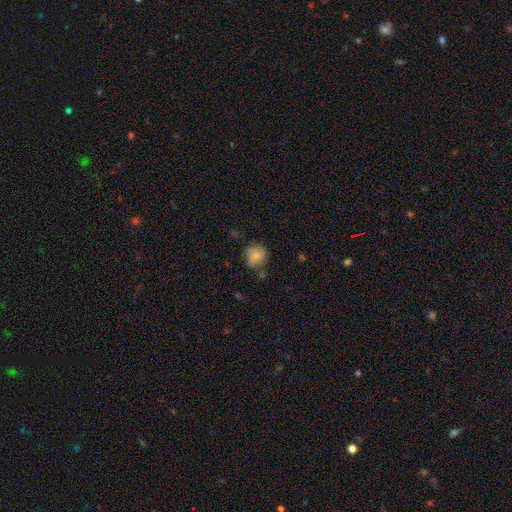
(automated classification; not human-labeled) Q: Smooth or featured?
A: smooth (66%); runner-up: featured or disk (25%)
Q: How rounded?
A: round (78%); runner-up: in between (21%)
Q: Merging?
A: none (61%); runner-up: minor disturbance (27%)